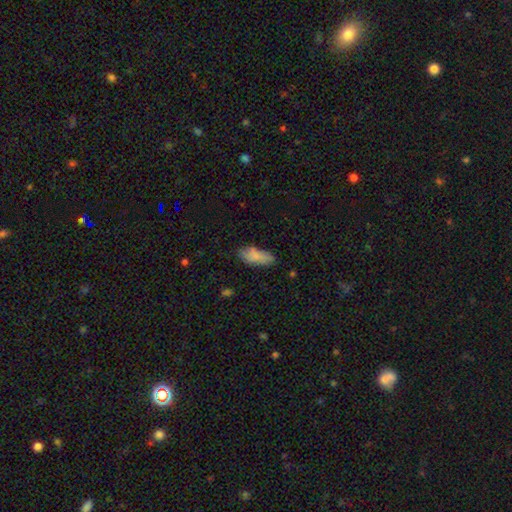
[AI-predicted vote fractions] The model was most divided on "merging": none: 70%, minor disturbance: 22%, major disturbance: 5%, merger: 3%. More confident: how rounded — in between (85%); smooth or featured — smooth (81%).